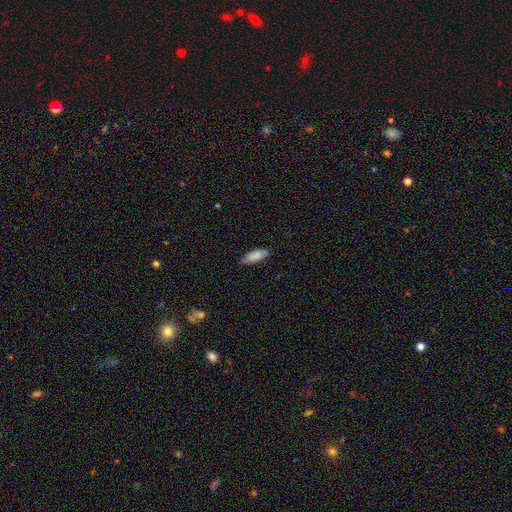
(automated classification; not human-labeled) A smooth galaxy with no disk features (85%) that is in between round and cigar-shaped (74%). Merging: none (76%).